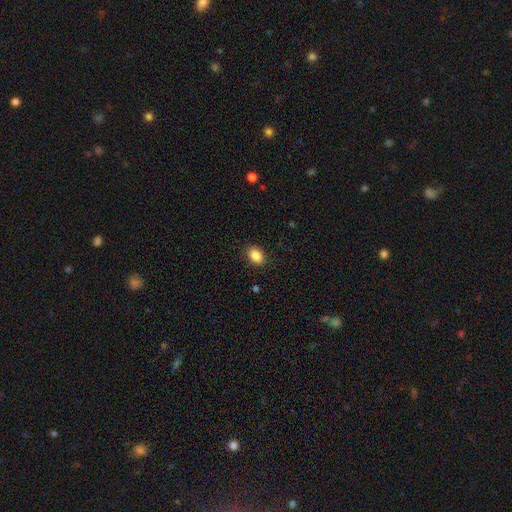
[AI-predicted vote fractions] A smooth galaxy with no disk features (87%) that is in between round and cigar-shaped (70%). Merging: none (88%).